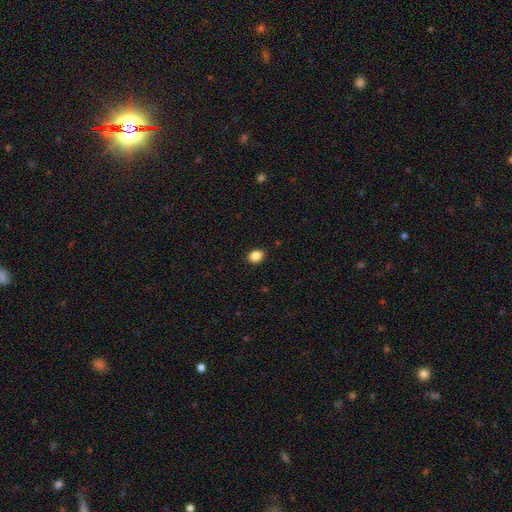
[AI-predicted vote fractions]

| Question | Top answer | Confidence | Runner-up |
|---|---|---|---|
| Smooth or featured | smooth | 87% | star or artifact (10%) |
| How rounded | round | 52% | in between (47%) |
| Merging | none | 90% | minor disturbance (7%) |